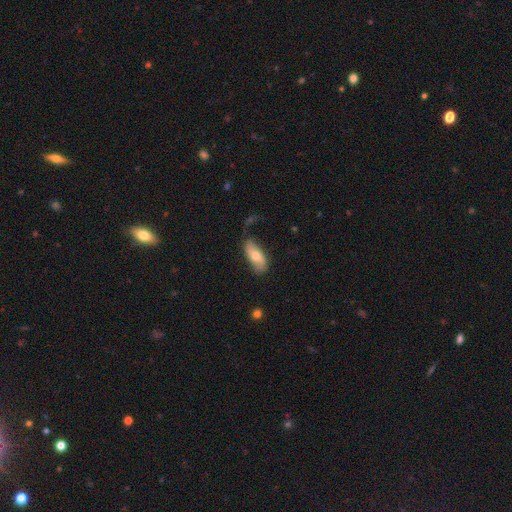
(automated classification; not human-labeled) This appears to be a smooth galaxy with no disk features (61%) that is in between round and cigar-shaped (80%). Merging: none (63%).